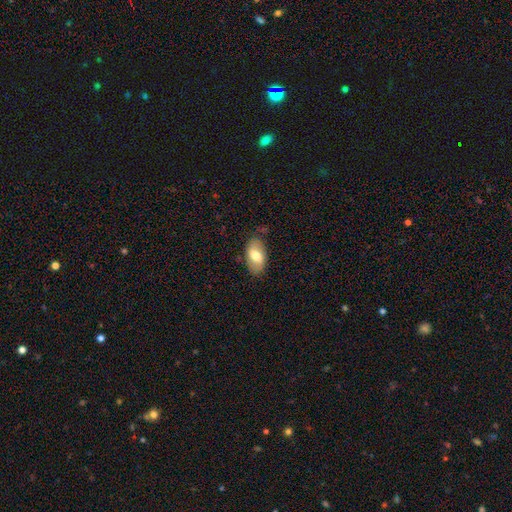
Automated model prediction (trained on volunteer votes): smooth_or_featured: smooth (p=0.63) [alt: featured or disk p=0.30]
how_rounded: in between (p=0.93) [alt: round p=0.05]
merging: none (p=0.74) [alt: minor disturbance p=0.19]